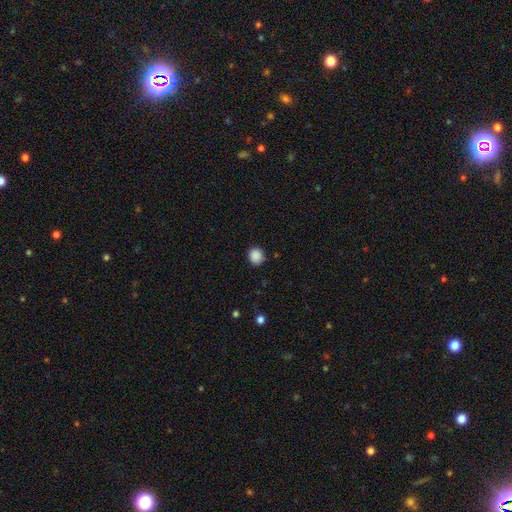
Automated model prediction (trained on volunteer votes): smooth-or-featured: smooth: 88% | star or artifact: 10% | featured or disk: 2%
  how-rounded: round: 79% | in between: 20% | cigar-shaped: 1%
  merging: none: 87% | minor disturbance: 9% | major disturbance: 2% | merger: 1%